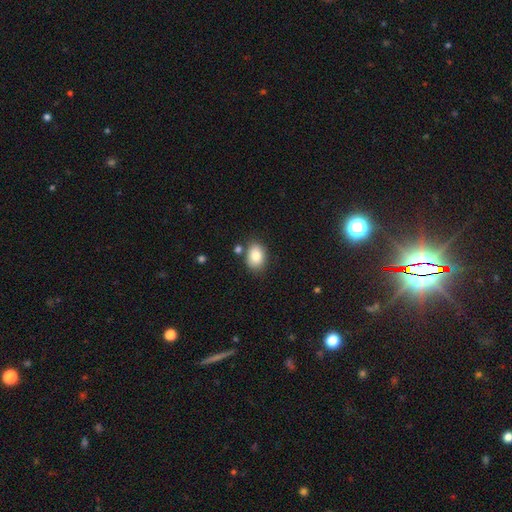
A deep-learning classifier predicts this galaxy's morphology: The model was most divided on "how rounded": in between: 72%, round: 27%, cigar-shaped: 1%. More confident: smooth or featured — smooth (83%); merging — none (76%).